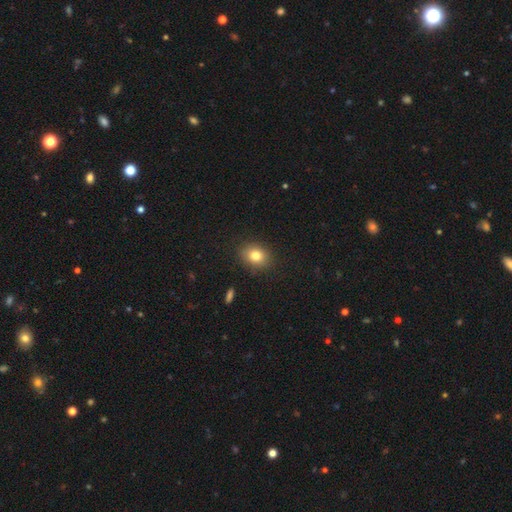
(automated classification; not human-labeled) This is clearly a smooth galaxy (81%). How rounded: possibly in between (54%). Merging: clearly none (87%).